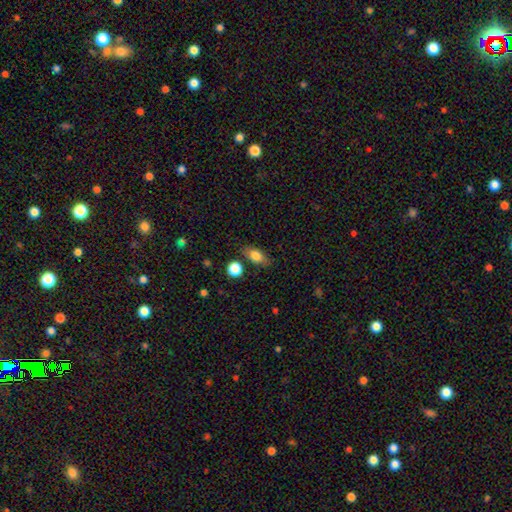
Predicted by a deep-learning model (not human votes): Morphology: type=smooth (80%); roundness=in between (83%); merging=none (79%).